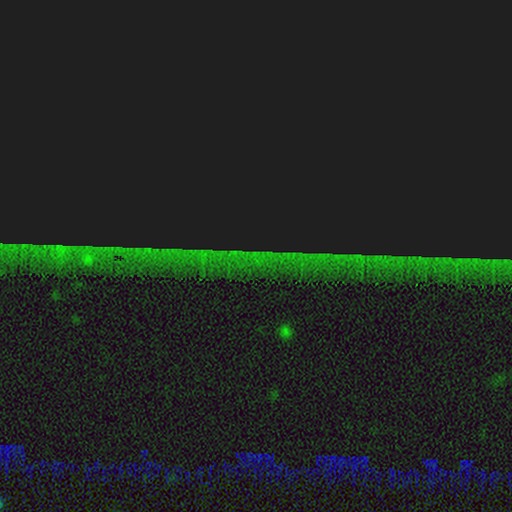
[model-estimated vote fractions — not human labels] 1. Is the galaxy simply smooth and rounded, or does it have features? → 88% star or artifact, 7% featured or disk, 5% smooth.